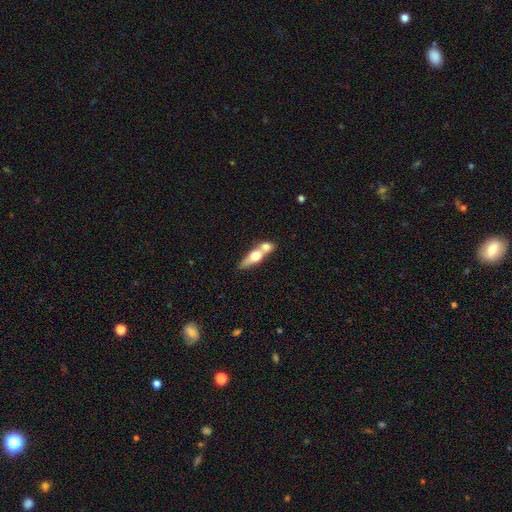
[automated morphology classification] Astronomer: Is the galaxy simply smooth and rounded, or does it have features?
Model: smooth — 50% (runner-up: featured or disk, 43%).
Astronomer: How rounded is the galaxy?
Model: in between — 45% (runner-up: cigar-shaped, 43%).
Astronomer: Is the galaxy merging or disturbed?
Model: merger — 61%.